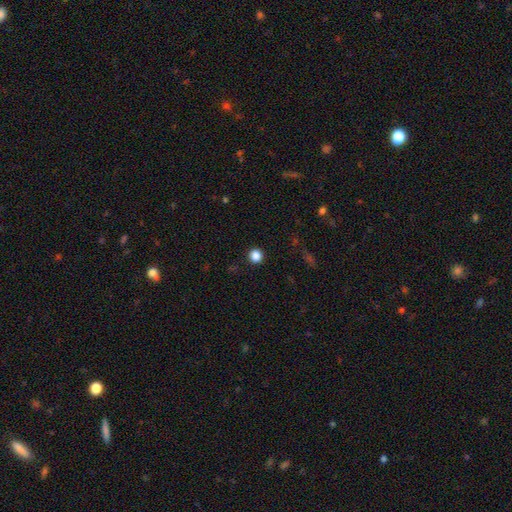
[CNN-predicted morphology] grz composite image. It shows a smooth galaxy with no disk features (86%) that is round (93%). Merging: none (93%).